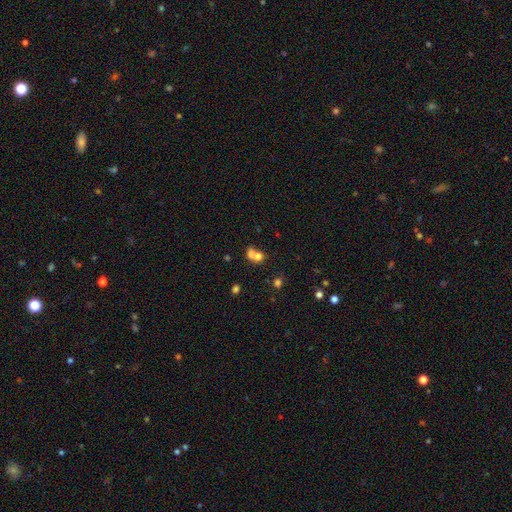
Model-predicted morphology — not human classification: smooth_or_featured: smooth (p=0.70) [alt: featured or disk p=0.18]
how_rounded: round (p=0.63) [alt: in between p=0.36]
merging: merger (p=0.66) [alt: none p=0.24]